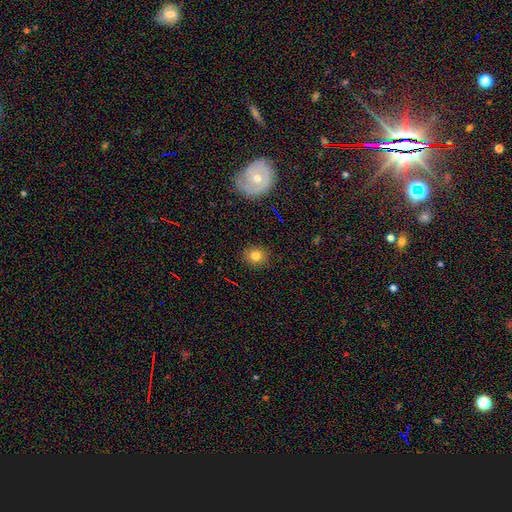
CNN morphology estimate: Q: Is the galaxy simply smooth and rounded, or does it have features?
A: smooth — 77%.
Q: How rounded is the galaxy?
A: round — 72%.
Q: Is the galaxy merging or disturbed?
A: none — 89%.